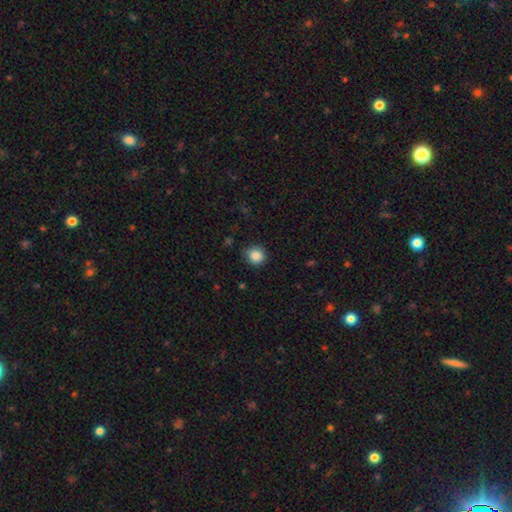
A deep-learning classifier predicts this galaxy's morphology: Smooth or featured? smooth (87%)
How rounded? round (91%)
Merging? none (84%)